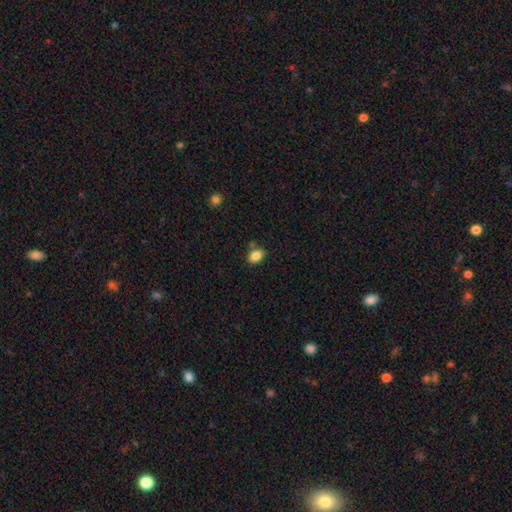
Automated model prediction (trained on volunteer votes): Smooth or featured? smooth (86%)
How rounded? in between (74%)
Merging? none (75%)